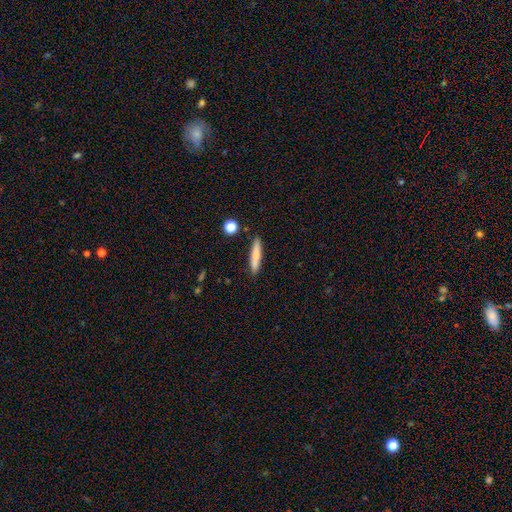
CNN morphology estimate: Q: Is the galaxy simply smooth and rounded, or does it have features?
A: smooth — 76%.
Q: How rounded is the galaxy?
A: cigar-shaped — 90%.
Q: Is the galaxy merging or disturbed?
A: none — 88%.